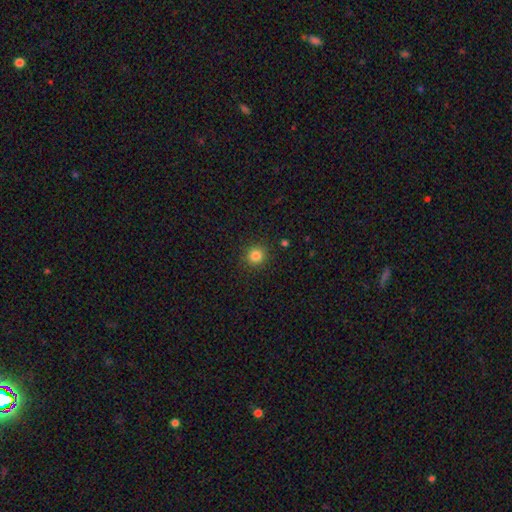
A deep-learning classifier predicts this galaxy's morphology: The model was most divided on "smooth or featured": smooth: 83%, star or artifact: 12%, featured or disk: 5%. More confident: how rounded — round (92%); merging — none (90%).